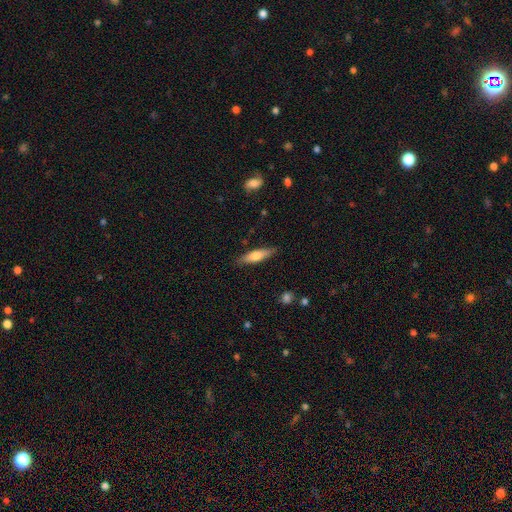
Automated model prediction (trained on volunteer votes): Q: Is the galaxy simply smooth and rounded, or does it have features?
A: smooth — 62%.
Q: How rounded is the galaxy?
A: cigar-shaped — 70%.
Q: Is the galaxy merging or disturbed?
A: none — 86%.